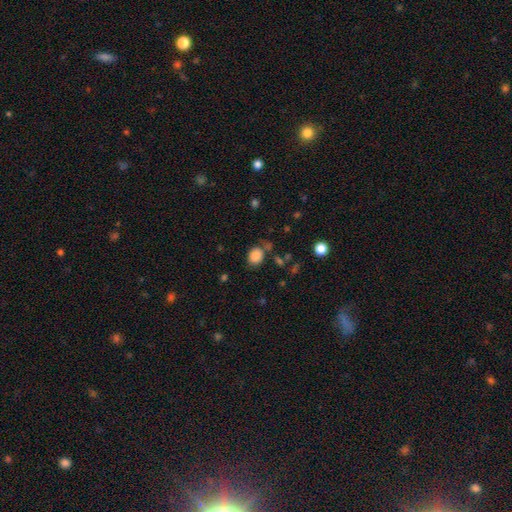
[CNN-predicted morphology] Smooth or featured: smooth — 85% (star or artifact — 11%)
How rounded: round — 52% (in between — 48%)
Merging: none — 71% (minor disturbance — 16%)